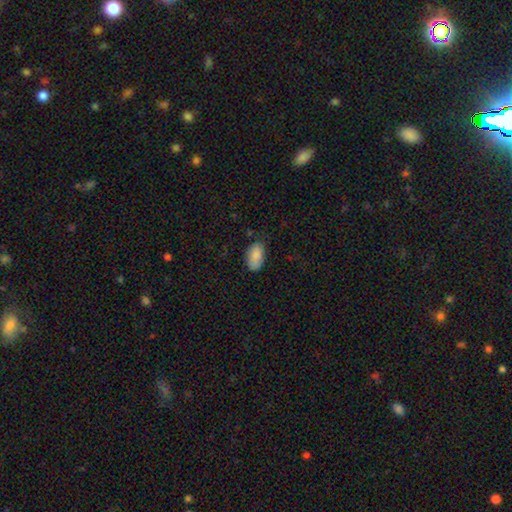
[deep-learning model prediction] A smooth galaxy with no disk features (87%) that is in between round and cigar-shaped (94%).

Vote fractions:
- Smooth or featured? smooth: 87% / star or artifact: 7% / featured or disk: 6%
- How rounded? in between: 94% / round: 4% / cigar-shaped: 2%
- Merging? none: 70% / minor disturbance: 24% / major disturbance: 5% / merger: 2%